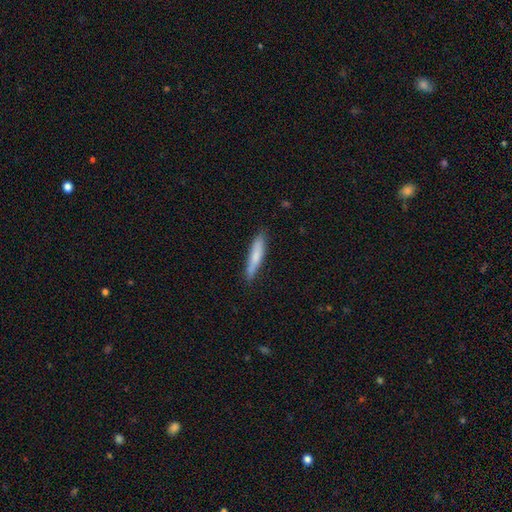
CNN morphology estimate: Smooth or featured? Predicted: smooth (p=0.75). How rounded? Predicted: cigar-shaped (p=0.88). Merging? Predicted: none (p=0.81).